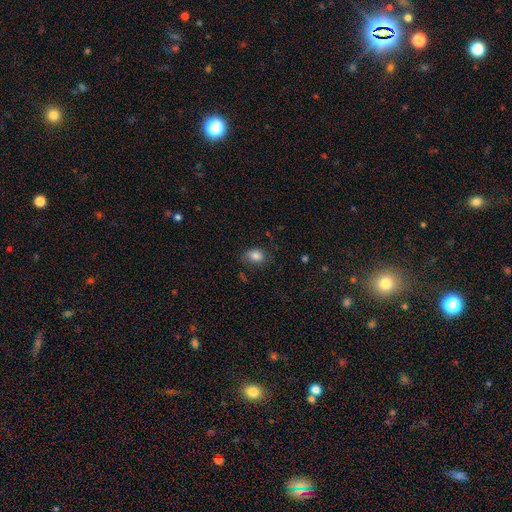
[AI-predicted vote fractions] This is clearly a smooth galaxy (83%). How rounded: likely in between (72%). Merging: likely none (66%).